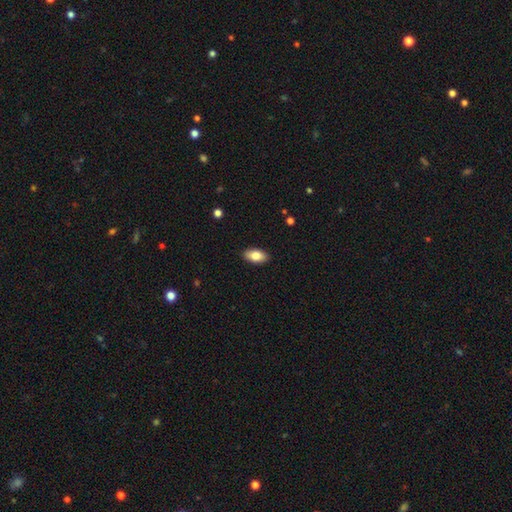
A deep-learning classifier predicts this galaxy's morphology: Smooth or featured: smooth — 83% (featured or disk — 11%)
How rounded: in between — 93% (cigar-shaped — 4%)
Merging: none — 90% (minor disturbance — 8%)